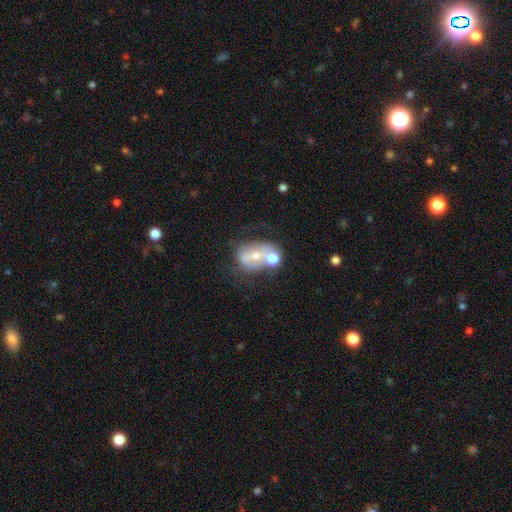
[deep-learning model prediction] Smooth or featured: featured or disk — 46% (smooth — 42%)
Merging: merger — 41% (none — 30%)